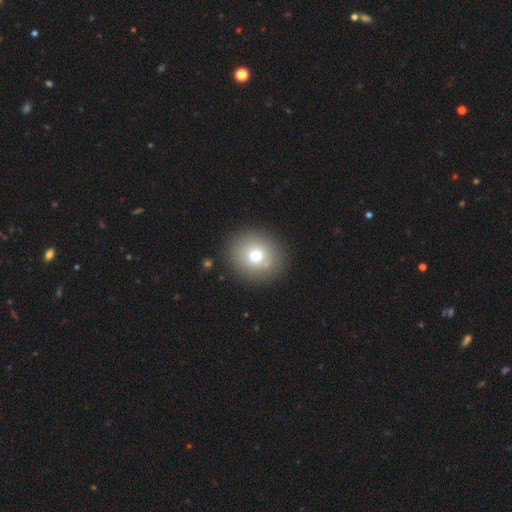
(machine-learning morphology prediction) type=smooth (72%); roundness=round (84%); merging=none (88%).